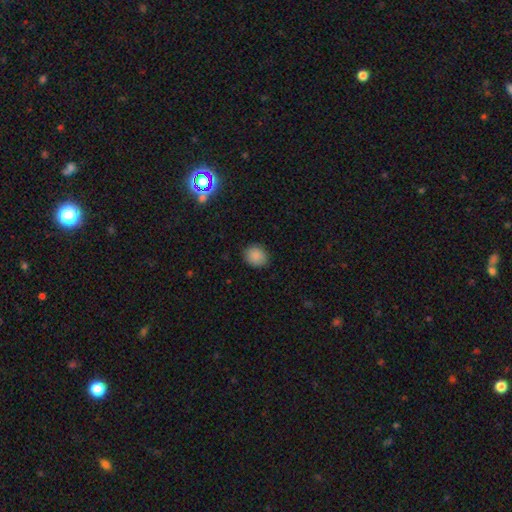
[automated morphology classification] Smooth or featured?
  - smooth: 87% *
  - star or artifact: 9%
  - featured or disk: 3%
How rounded?
  - round: 75% *
  - in between: 24%
  - cigar-shaped: 1%
Merging?
  - none: 88% *
  - minor disturbance: 8%
  - major disturbance: 2%
  - merger: 1%